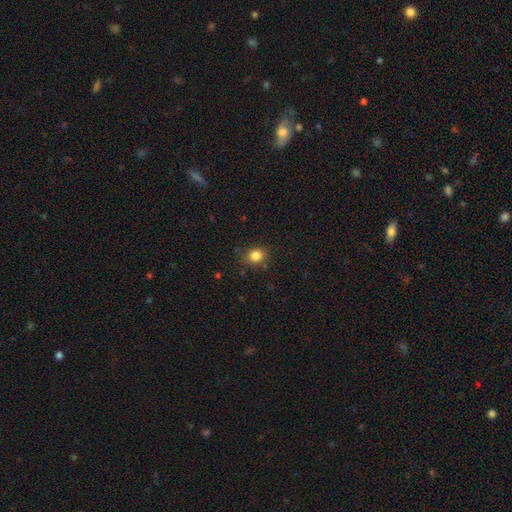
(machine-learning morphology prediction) smooth-or-featured: smooth: 83% | star or artifact: 12% | featured or disk: 5%
  how-rounded: round: 67% | in between: 32% | cigar-shaped: 1%
  merging: none: 84% | minor disturbance: 12% | major disturbance: 3% | merger: 1%